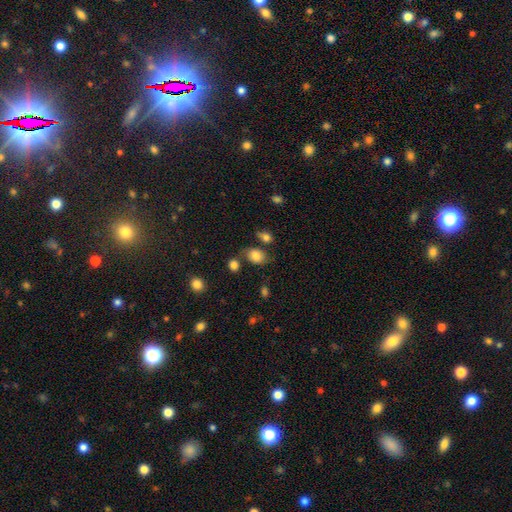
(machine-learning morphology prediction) The model was most divided on "merging": none: 63%, minor disturbance: 19%, merger: 12%, major disturbance: 7%. More confident: smooth or featured — smooth (79%); how rounded — in between (72%).